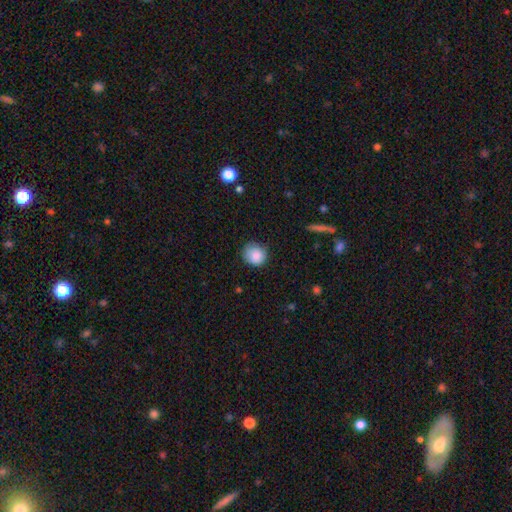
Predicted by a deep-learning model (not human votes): smooth_or_featured: smooth (p=0.85) [alt: star or artifact p=0.08]
how_rounded: round (p=0.85) [alt: in between p=0.14]
merging: none (p=0.74) [alt: minor disturbance p=0.21]